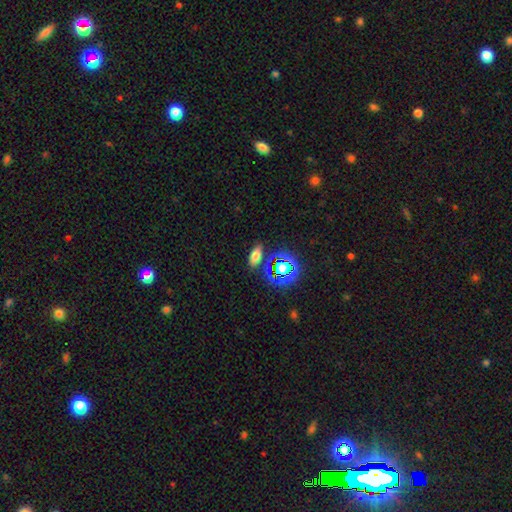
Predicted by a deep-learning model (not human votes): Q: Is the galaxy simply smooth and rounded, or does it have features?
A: smooth — 66%.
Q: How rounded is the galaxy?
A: in between — 80%.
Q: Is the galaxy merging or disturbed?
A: none — 81%.